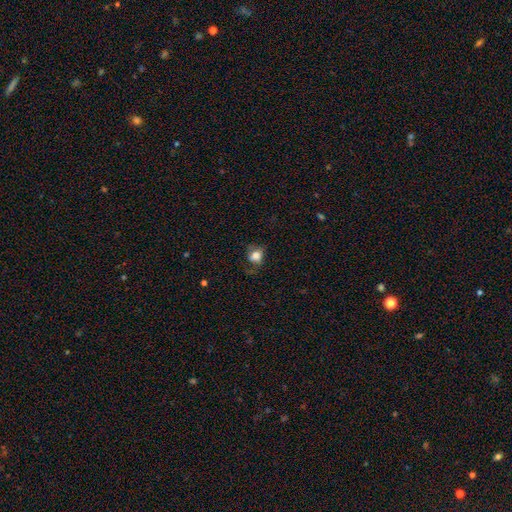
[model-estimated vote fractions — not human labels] Q: Smooth or featured?
A: smooth (78%); runner-up: featured or disk (12%)
Q: How rounded?
A: round (50%); runner-up: in between (48%)
Q: Merging?
A: none (52%); runner-up: minor disturbance (27%)